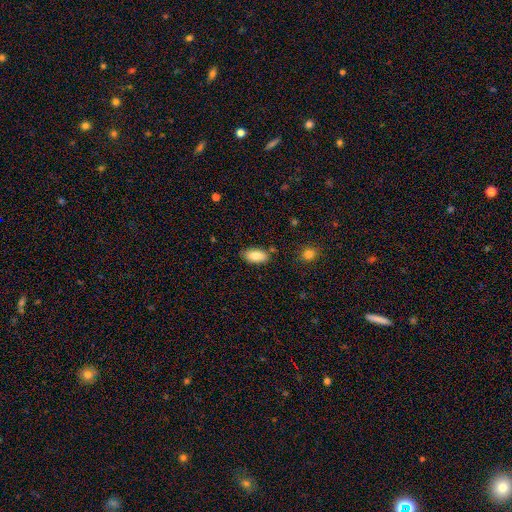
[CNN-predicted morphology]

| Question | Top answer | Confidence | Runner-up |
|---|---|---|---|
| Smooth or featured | smooth | 83% | featured or disk (10%) |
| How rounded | in between | 91% | cigar-shaped (5%) |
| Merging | none | 82% | minor disturbance (13%) |